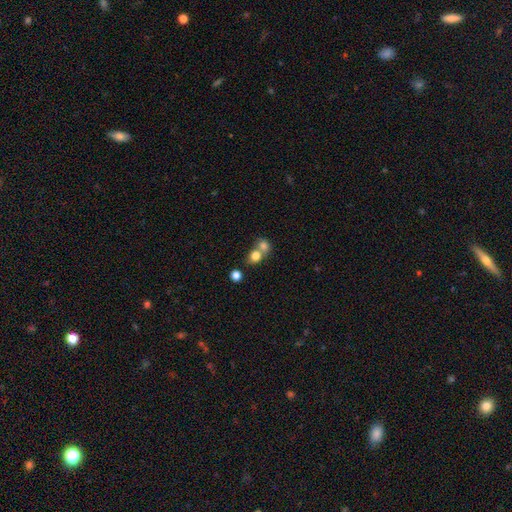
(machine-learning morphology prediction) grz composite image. It shows a smooth galaxy with no disk features (79%) that is round (71%). Merging: merger (56%).